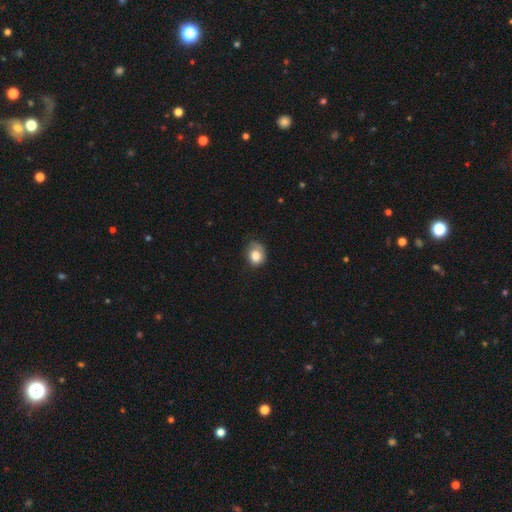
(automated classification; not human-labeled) A smooth galaxy with no disk features (79%) that is round (56%).

Vote fractions:
- Smooth or featured? smooth: 79% / featured or disk: 12% / star or artifact: 9%
- How rounded? round: 56% / in between: 43% / cigar-shaped: 1%
- Merging? none: 51% / minor disturbance: 33% / major disturbance: 13% / merger: 2%